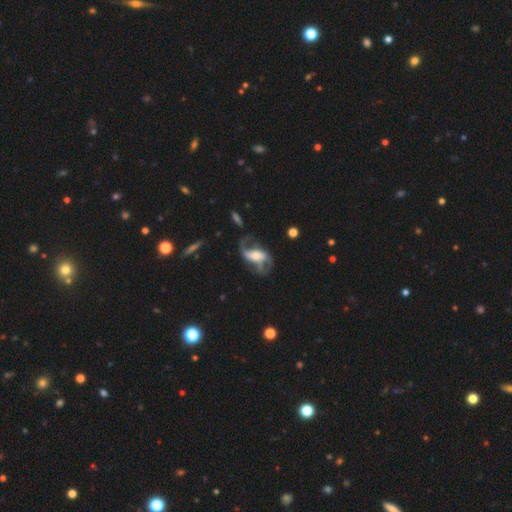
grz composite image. It shows a featured or disk galaxy (85%) with a strong bar (36%), 2 (81%) loose (81%) spiral arms (94%) and a moderate central bulge (55%). Merging: none (43%).